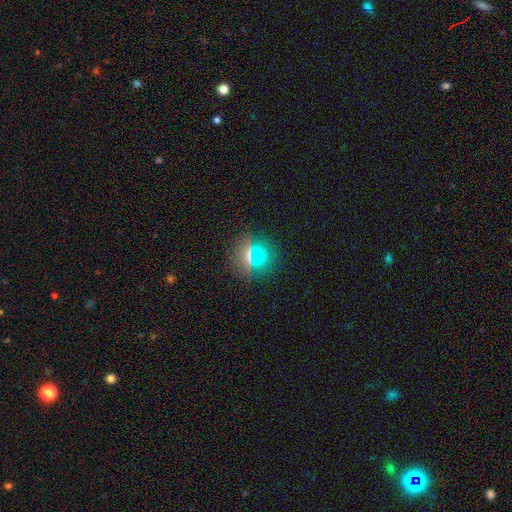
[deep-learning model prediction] This appears to be a smooth galaxy with no disk features (67%) that is round (88%). Merging: none (79%).